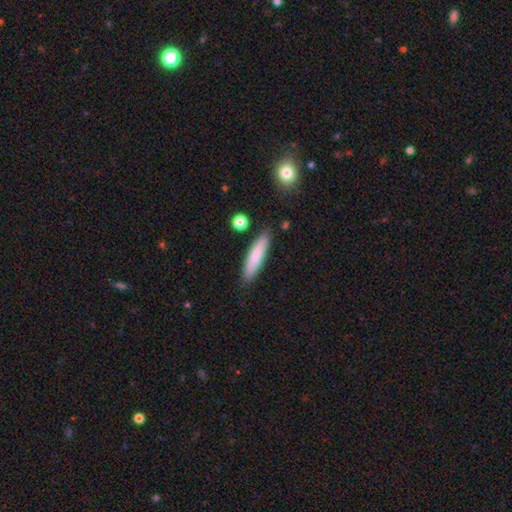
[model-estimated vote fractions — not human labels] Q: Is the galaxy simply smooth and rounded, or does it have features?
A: smooth — 80%.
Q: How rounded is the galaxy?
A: cigar-shaped — 79%.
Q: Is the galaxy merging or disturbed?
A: none — 86%.